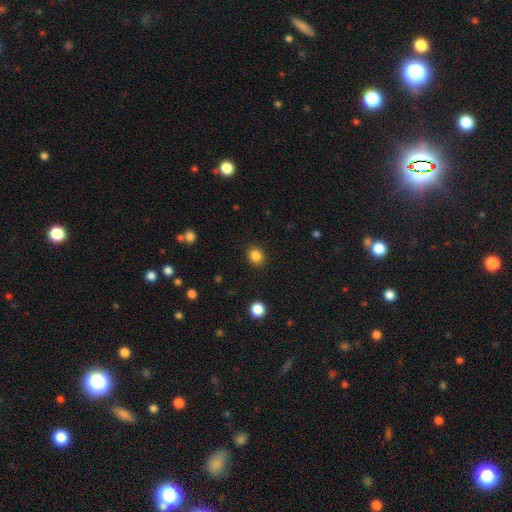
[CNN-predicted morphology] This is clearly a smooth galaxy (85%). How rounded: likely round (73%). Merging: clearly none (90%).